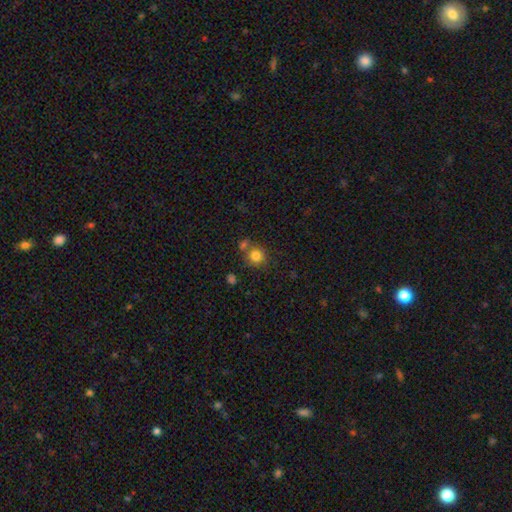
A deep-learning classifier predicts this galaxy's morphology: type=smooth (81%); roundness=round (87%); merging=none (64%).